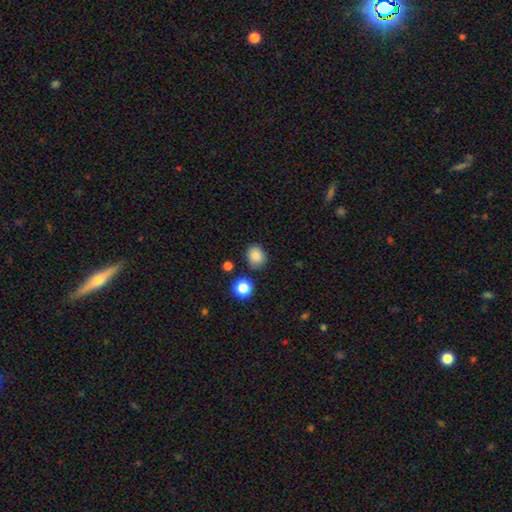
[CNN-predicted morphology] smooth_or_featured: smooth (p=0.86) [alt: star or artifact p=0.11]
how_rounded: round (p=0.64) [alt: in between p=0.35]
merging: none (p=0.83) [alt: minor disturbance p=0.11]